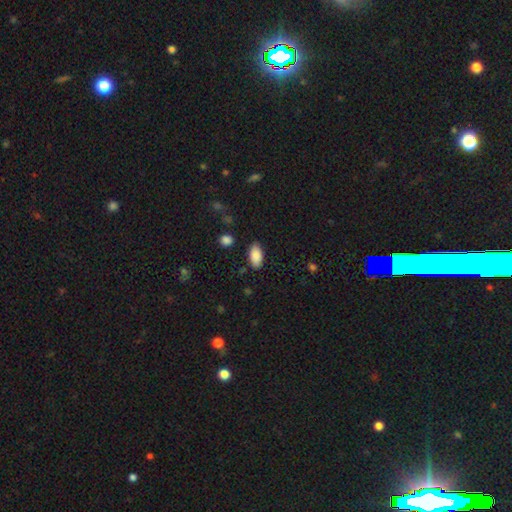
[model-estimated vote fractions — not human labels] This is clearly a smooth galaxy (88%). How rounded: clearly in between (94%). Merging: clearly none (85%).